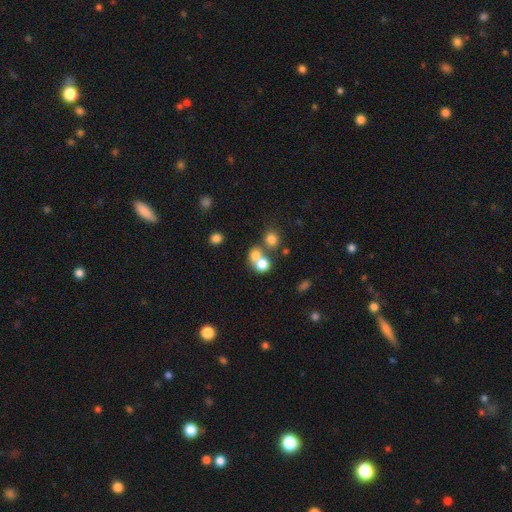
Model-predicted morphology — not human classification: Smooth or featured: smooth — 72% (star or artifact — 16%)
How rounded: round — 78% (in between — 21%)
Merging: merger — 50% (none — 39%)